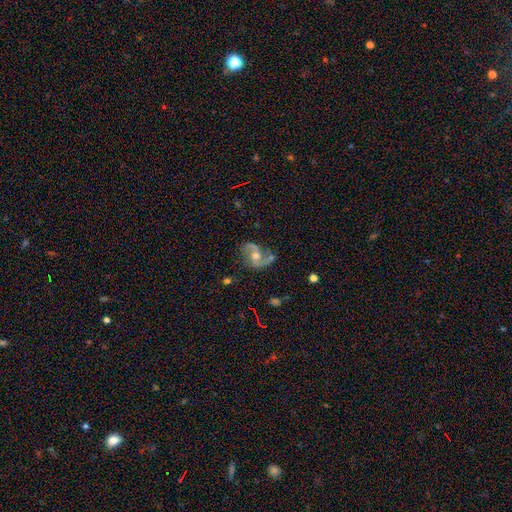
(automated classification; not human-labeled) The model was most divided on "spiral winding": loose: 49%, medium: 41%, tight: 10%. More confident: edge-on disk — no (97%); spiral arms — yes (95%); spiral arm count — 2 (89%); smooth or featured — featured or disk (85%); bulge size — moderate (65%); merging — none (65%); bar — no (56%).